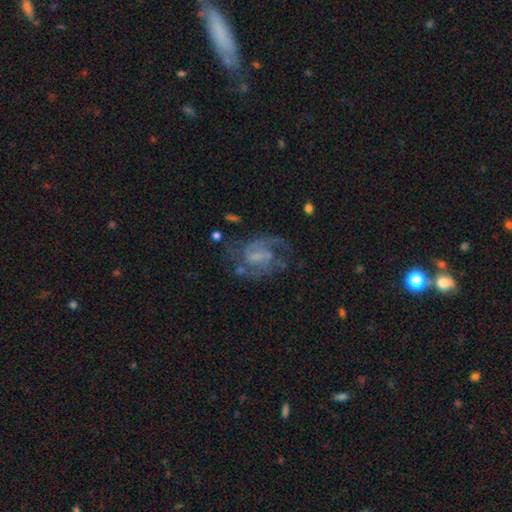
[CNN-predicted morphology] This appears to be a featured or disk galaxy (80%) with a weak bar (51%), 2 (64%) medium (52%) spiral arms (89%) and no central bulge (41%). Merging: none (57%).